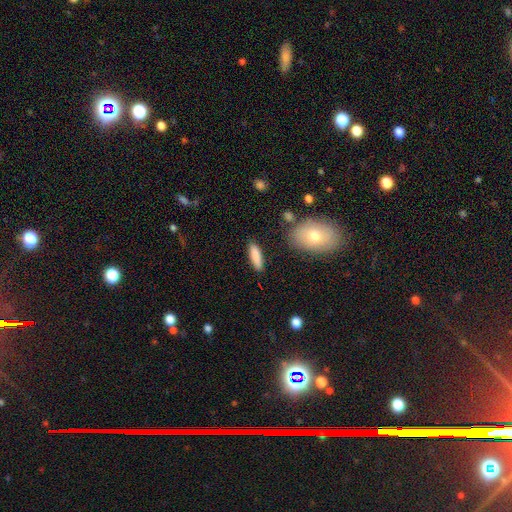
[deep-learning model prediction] smooth 85%, featured or disk 9%, star or artifact 6%. Down the decision tree: how rounded — cigar-shaped (64%); merging — none (84%).